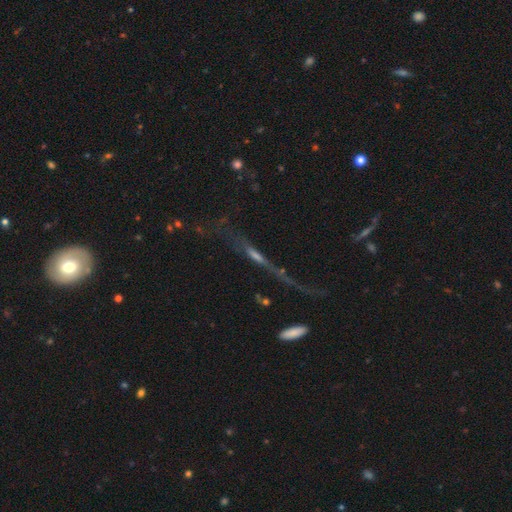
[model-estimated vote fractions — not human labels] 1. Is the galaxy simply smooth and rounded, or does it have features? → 63% featured or disk, 22% smooth, 15% star or artifact.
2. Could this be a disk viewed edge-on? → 73% yes, 27% no.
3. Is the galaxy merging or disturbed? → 48% none, 26% major disturbance, 18% minor disturbance, 8% merger.